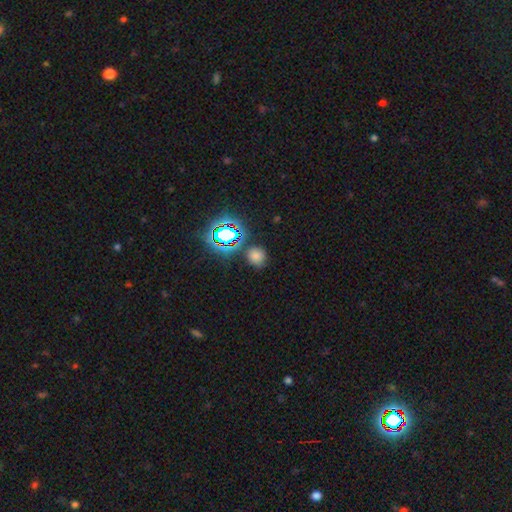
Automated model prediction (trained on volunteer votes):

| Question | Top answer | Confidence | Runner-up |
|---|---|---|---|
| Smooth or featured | smooth | 65% | star or artifact (29%) |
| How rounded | round | 82% | in between (17%) |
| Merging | none | 77% | minor disturbance (14%) |